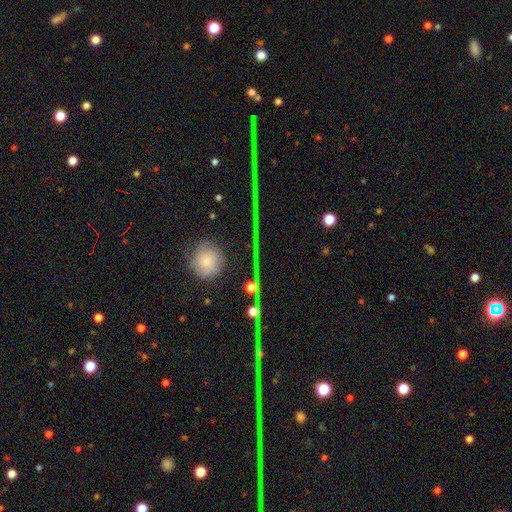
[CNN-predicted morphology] A star or artifact, not a galaxy (52%).